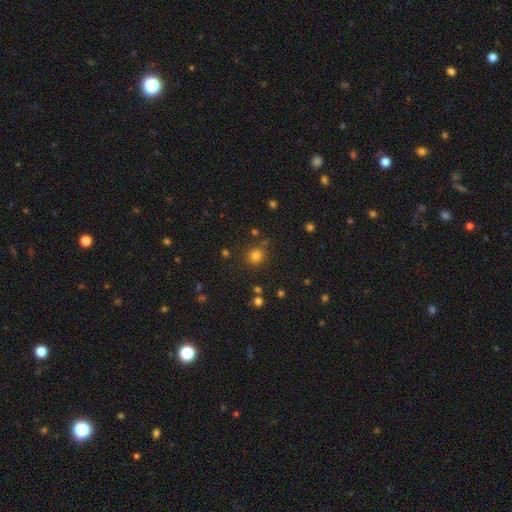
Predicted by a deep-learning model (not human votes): smooth_or_featured: smooth (p=0.77) [alt: star or artifact p=0.17]
how_rounded: round (p=0.87) [alt: in between p=0.12]
merging: none (p=0.79) [alt: minor disturbance p=0.11]